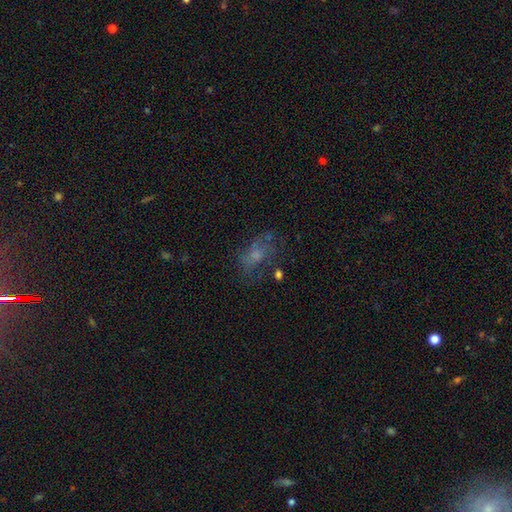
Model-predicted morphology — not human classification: Smooth or featured? smooth (41%)
Merging? none (54%)